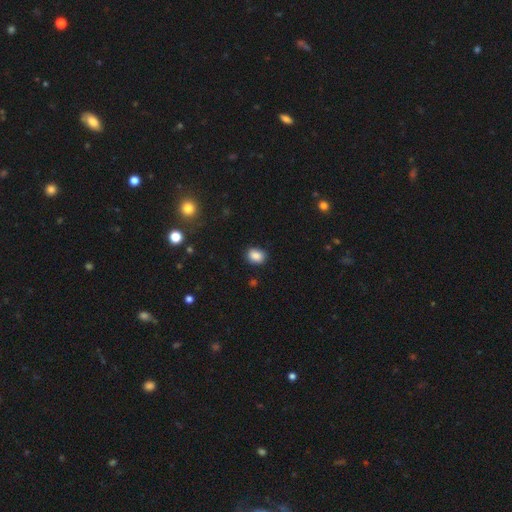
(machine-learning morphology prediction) The model was most divided on "how rounded": in between: 58%, round: 41%, cigar-shaped: 1%. More confident: smooth or featured — smooth (86%); merging — none (85%).